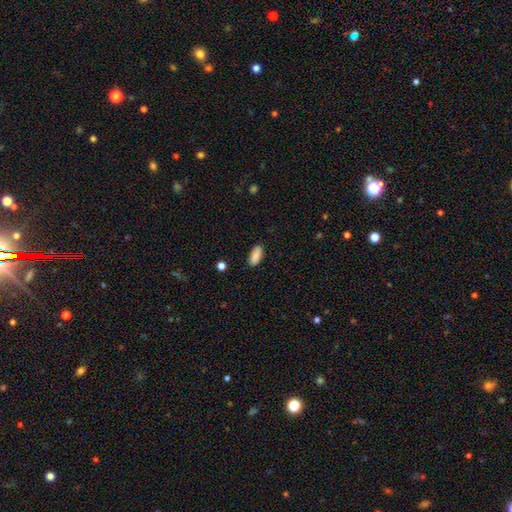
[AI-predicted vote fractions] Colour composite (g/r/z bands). It shows a smooth galaxy with no disk features (89%) that is in between round and cigar-shaped (86%). Merging: none (88%).